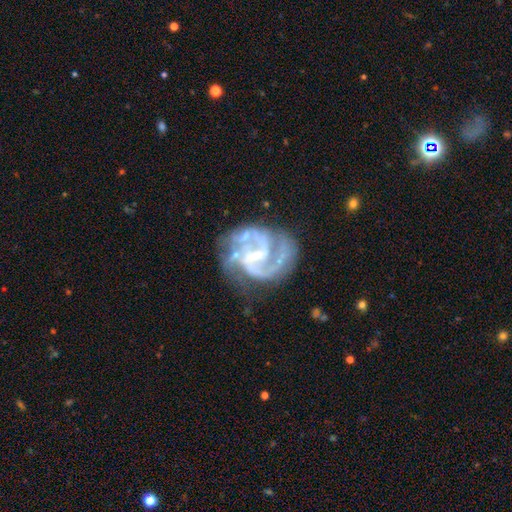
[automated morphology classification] This appears to be a featured or disk galaxy (91%) with a weak bar (43%), 2 (58%) medium (57%) spiral arms (98%) and a small central bulge (74%). Merging: none (58%).